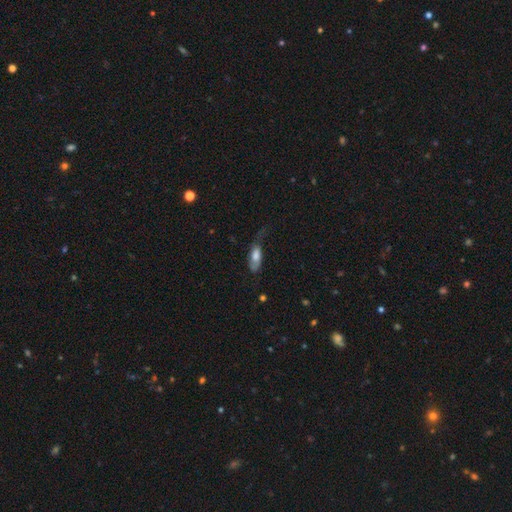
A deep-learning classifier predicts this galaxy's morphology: Smooth or featured: smooth — 63% (featured or disk — 29%)
How rounded: in between — 78% (cigar-shaped — 19%)
Merging: major disturbance — 37% (none — 30%)